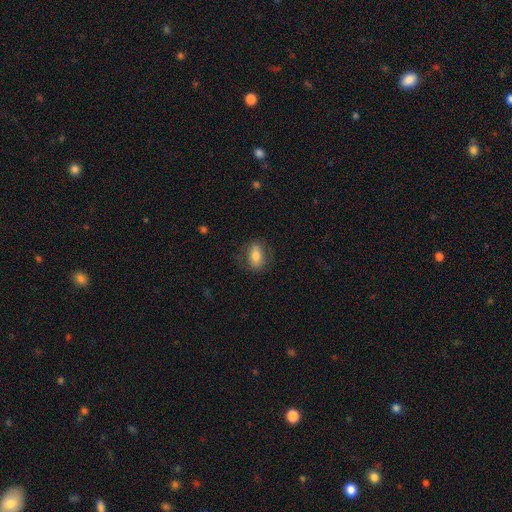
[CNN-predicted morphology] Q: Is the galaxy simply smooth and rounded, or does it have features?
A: smooth — 70%.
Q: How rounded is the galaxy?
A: in between — 82%.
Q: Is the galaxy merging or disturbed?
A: none — 76%.